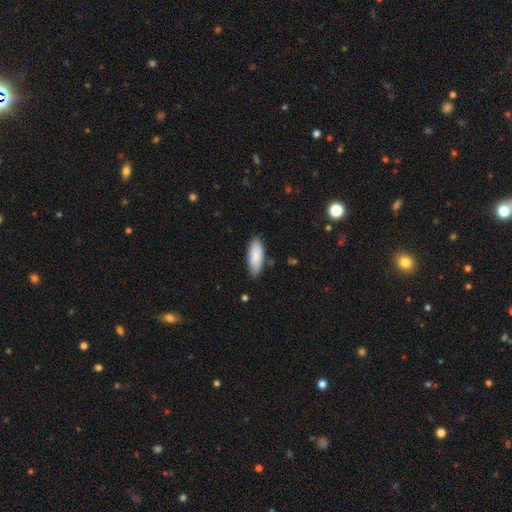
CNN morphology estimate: The model was most divided on "how rounded": in between: 76%, cigar-shaped: 22%, round: 2%. More confident: smooth or featured — smooth (87%); merging — none (81%).